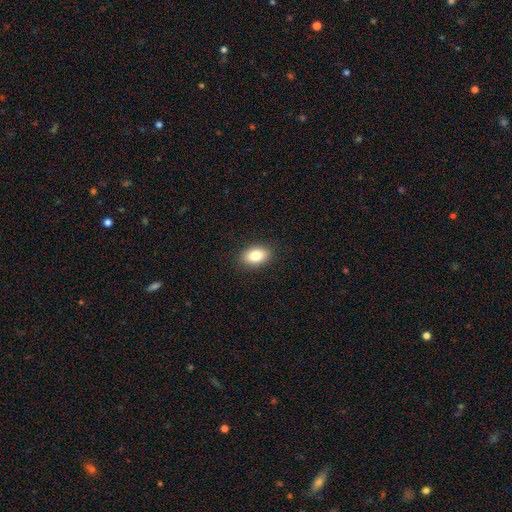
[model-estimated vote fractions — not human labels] This appears to be a smooth galaxy with no disk features (83%) that is in between round and cigar-shaped (88%). Merging: none (89%).